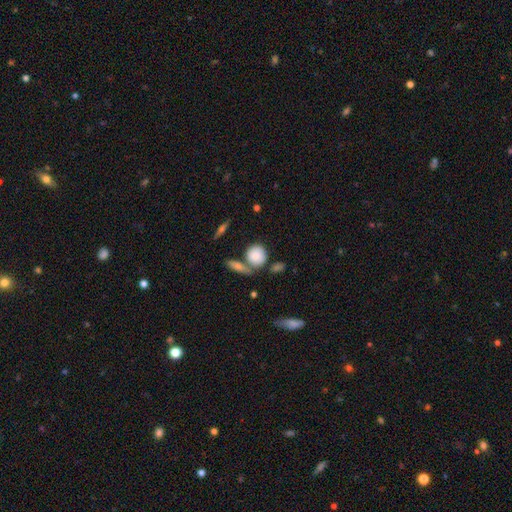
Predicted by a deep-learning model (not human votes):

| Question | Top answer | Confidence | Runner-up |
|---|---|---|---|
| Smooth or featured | smooth | 81% | featured or disk (11%) |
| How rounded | round | 74% | in between (24%) |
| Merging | none | 55% | merger (26%) |